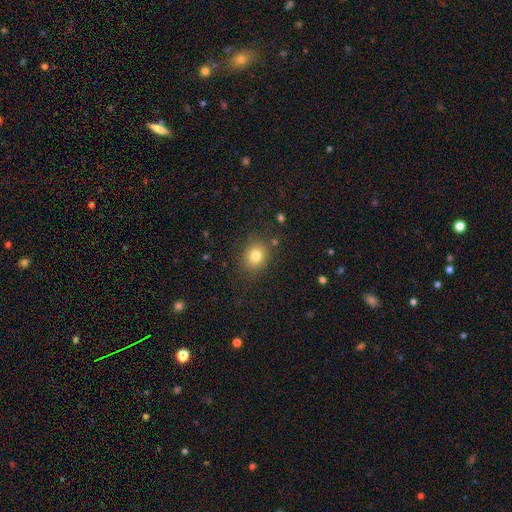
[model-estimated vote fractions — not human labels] This is likely a smooth galaxy (79%). How rounded: likely round (65%). Merging: clearly none (83%).